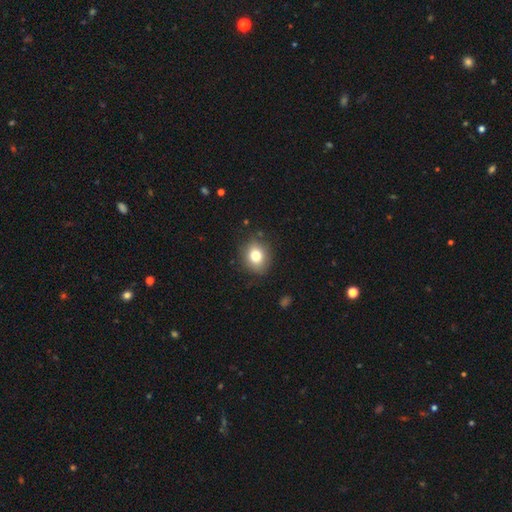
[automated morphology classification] Smooth or featured? Predicted: smooth (p=0.78). How rounded? Predicted: round (p=0.70). Merging? Predicted: none (p=0.84).